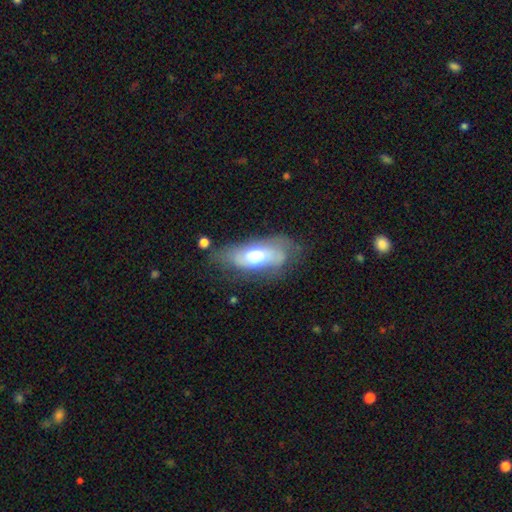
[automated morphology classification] type=smooth (48%); merging=none (51%).